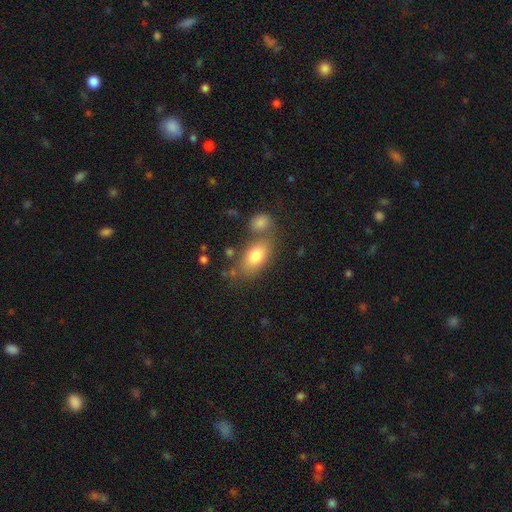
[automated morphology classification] This is likely a smooth galaxy (78%). How rounded: clearly in between (87%). Merging: possibly none (57%).